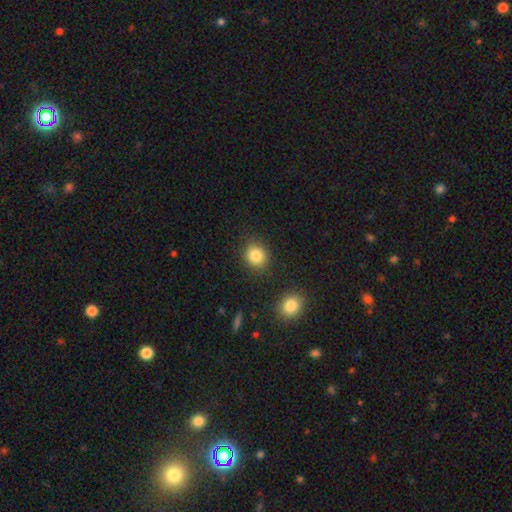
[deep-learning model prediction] Smooth or featured? smooth (84%)
How rounded? round (78%)
Merging? none (86%)